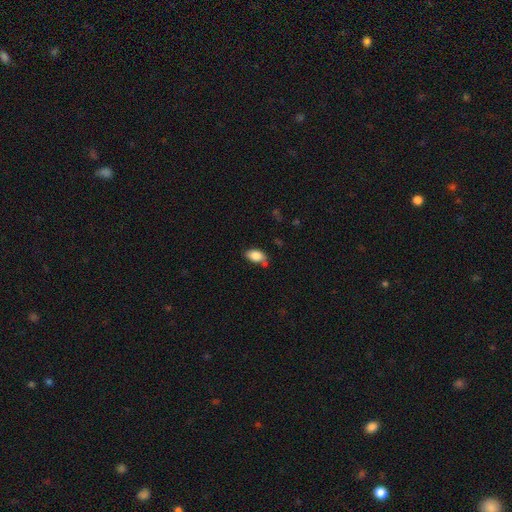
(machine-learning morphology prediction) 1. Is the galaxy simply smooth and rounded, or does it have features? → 85% smooth, 7% featured or disk, 7% star or artifact.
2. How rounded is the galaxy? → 92% in between, 5% round, 3% cigar-shaped.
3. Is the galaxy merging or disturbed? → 57% none, 28% minor disturbance, 7% merger, 7% major disturbance.